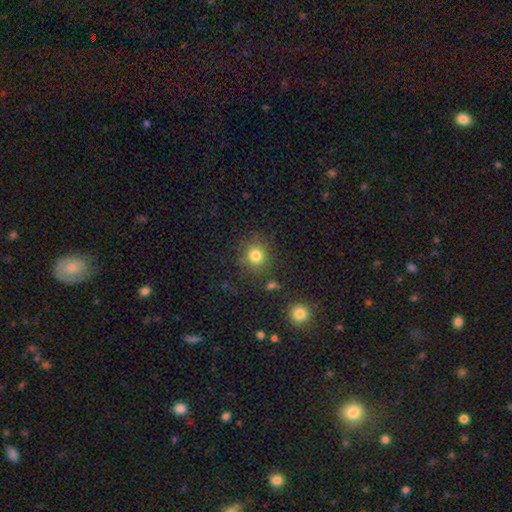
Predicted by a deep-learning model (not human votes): Smooth or featured?
  - smooth: 80% *
  - star or artifact: 14%
  - featured or disk: 6%
How rounded?
  - round: 89% *
  - in between: 10%
  - cigar-shaped: 1%
Merging?
  - none: 82% *
  - minor disturbance: 10%
  - merger: 4%
  - major disturbance: 4%